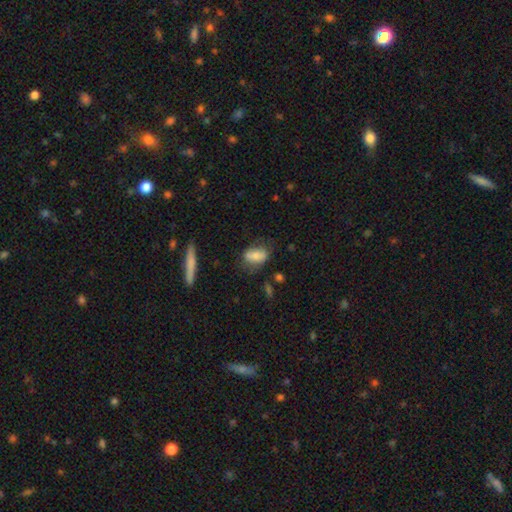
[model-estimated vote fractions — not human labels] This is likely a smooth galaxy (71%). How rounded: clearly in between (85%). Merging: likely none (60%).